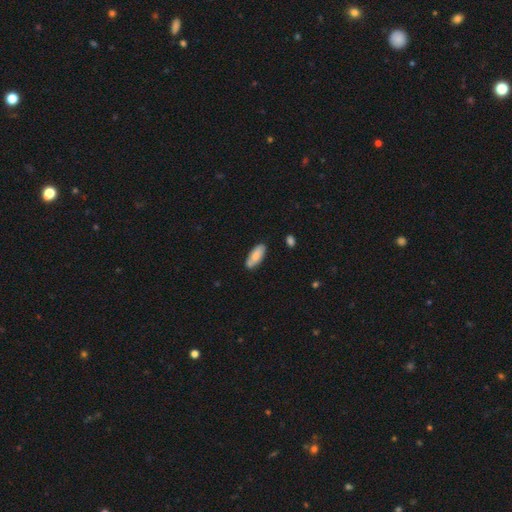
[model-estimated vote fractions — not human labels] Overall: smooth (78%). How rounded: in between (77%). Merging: none (75%).